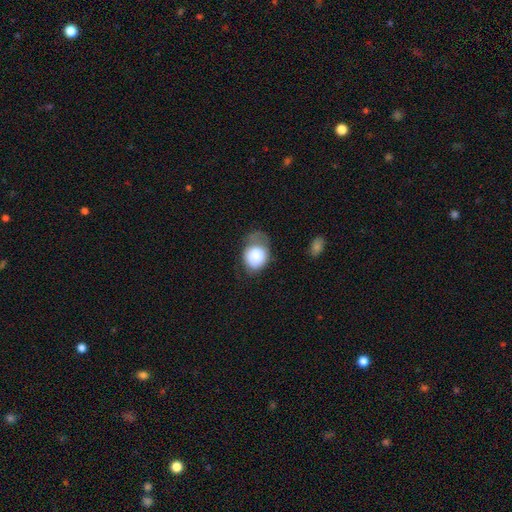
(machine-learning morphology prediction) Smooth or featured? smooth (80%)
How rounded? round (52%)
Merging? minor disturbance (37%)